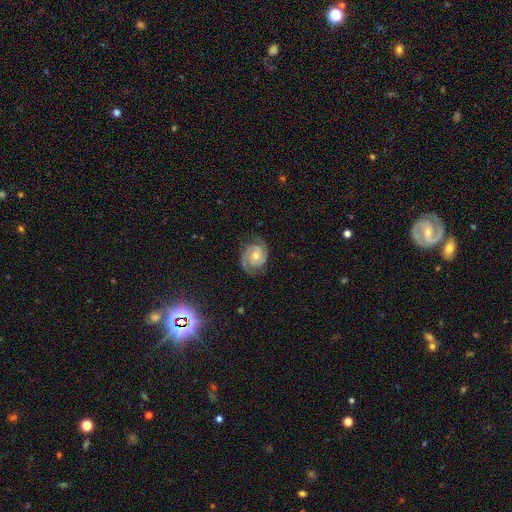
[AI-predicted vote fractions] featured or disk 87%, smooth 7%, star or artifact 6%. Down the decision tree: edge-on disk — no (98%); bar — no (72%); spiral arms — yes (97%); spiral arm count — 2 (84%); spiral winding — tight (61%); bulge size — moderate (61%); merging — none (79%).